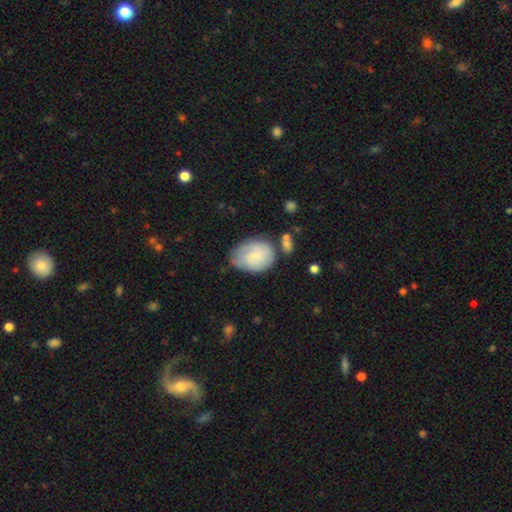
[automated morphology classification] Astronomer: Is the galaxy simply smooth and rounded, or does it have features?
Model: smooth — 55% (runner-up: featured or disk, 38%).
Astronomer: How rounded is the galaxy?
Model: in between — 63%.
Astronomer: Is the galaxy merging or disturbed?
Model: none — 53% (runner-up: minor disturbance, 30%).